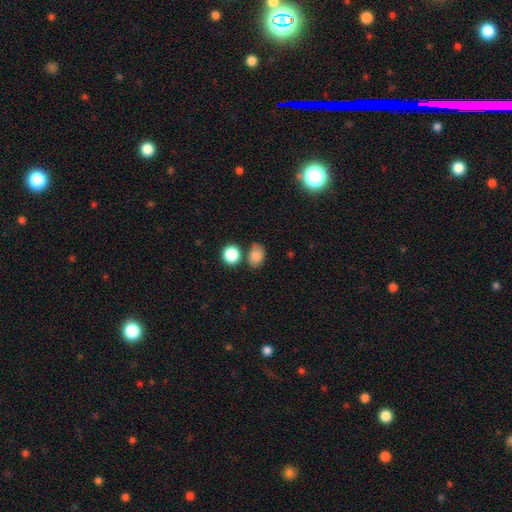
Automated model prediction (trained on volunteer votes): Smooth or featured: smooth — 83% (star or artifact — 10%)
How rounded: in between — 67% (round — 32%)
Merging: none — 63% (minor disturbance — 19%)